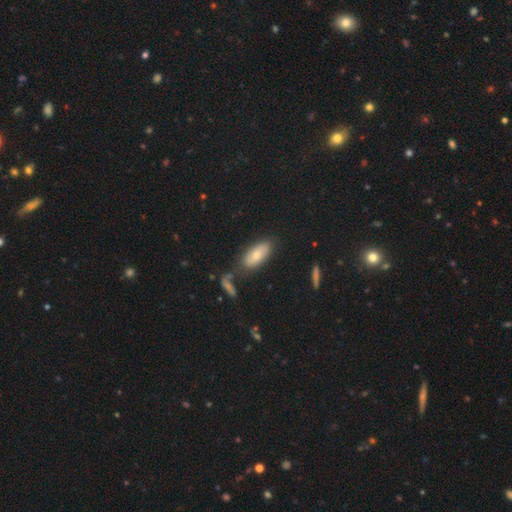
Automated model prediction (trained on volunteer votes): This appears to be a smooth galaxy with no disk features (64%) that is in between round and cigar-shaped (85%). Merging: none (67%).